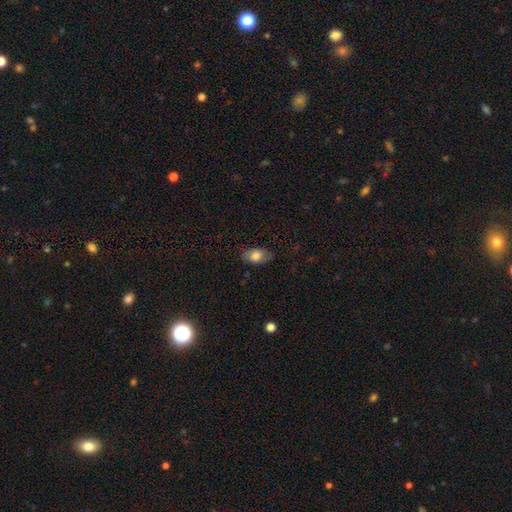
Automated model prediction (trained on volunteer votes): Smooth or featured? smooth (74%)
How rounded? in between (90%)
Merging? none (79%)